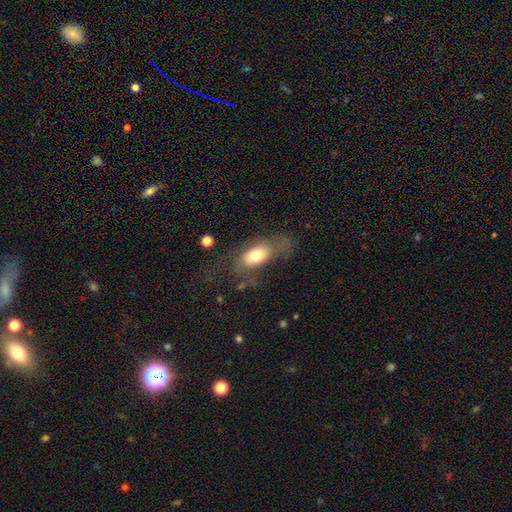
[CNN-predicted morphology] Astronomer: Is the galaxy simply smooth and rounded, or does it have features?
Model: smooth — 70%.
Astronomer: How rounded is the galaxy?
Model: in between — 86%.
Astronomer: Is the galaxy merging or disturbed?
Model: none — 40% (runner-up: major disturbance, 32%).